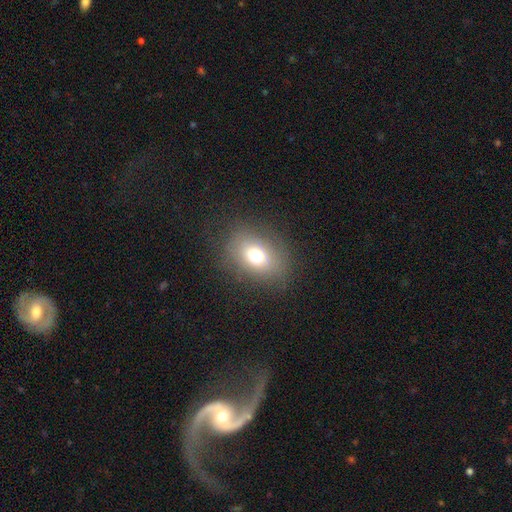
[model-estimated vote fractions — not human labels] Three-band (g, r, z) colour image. It shows a smooth galaxy with no disk features (70%) that is in between round and cigar-shaped (66%). Merging: none (79%).